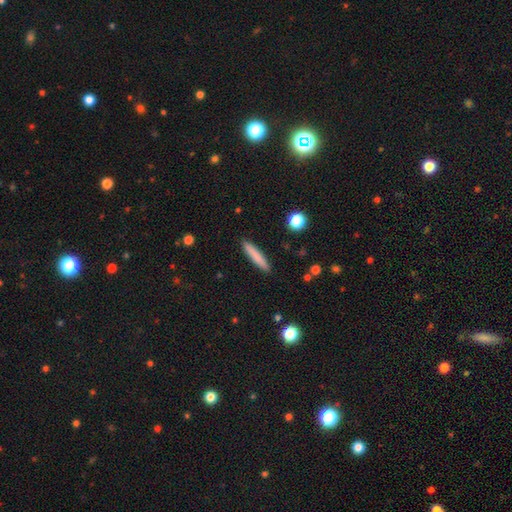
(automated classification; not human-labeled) smooth-or-featured: smooth: 80% | featured or disk: 13% | star or artifact: 6%
  how-rounded: cigar-shaped: 92% | in between: 7% | round: 1%
  merging: none: 91% | minor disturbance: 6% | major disturbance: 2% | merger: 1%